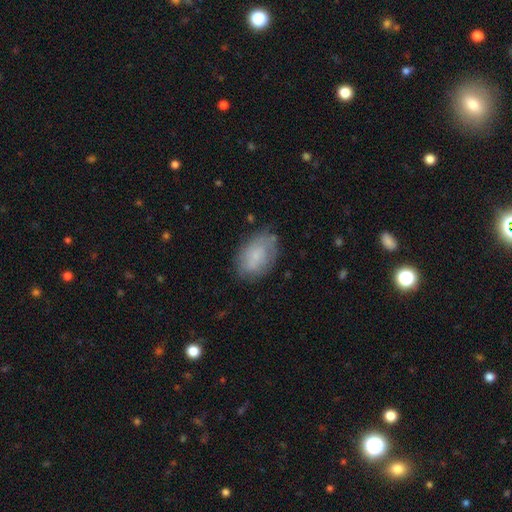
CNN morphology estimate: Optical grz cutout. It shows a smooth galaxy with no disk features (61%) that is in between round and cigar-shaped (88%). Merging: none (70%).